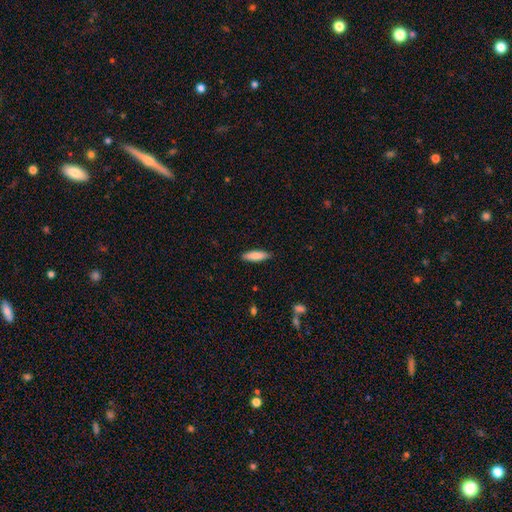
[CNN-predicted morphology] Smooth or featured? smooth (83%)
How rounded? cigar-shaped (58%)
Merging? none (88%)